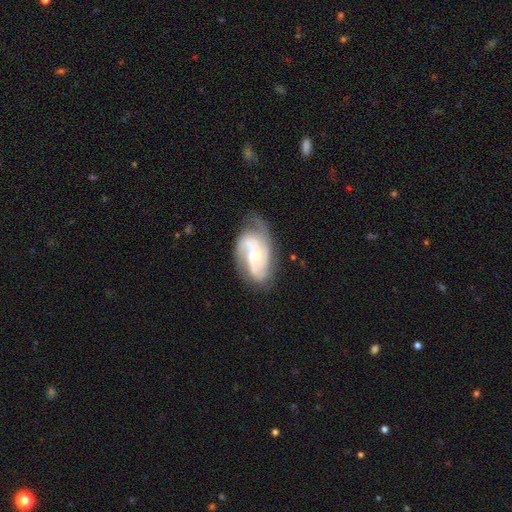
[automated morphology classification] Smooth or featured? featured or disk (84%)
Edge-on disk? no (97%)
Bar? no (60%)
Spiral arms? yes (95%)
Spiral winding? medium (45%)
Spiral arm count? 3 (38%)
Bulge size? moderate (49%)
Merging? none (61%)